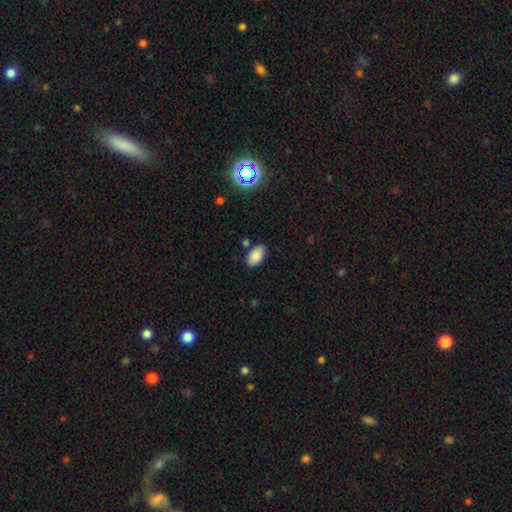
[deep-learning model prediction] Q: Smooth or featured?
A: smooth (86%); runner-up: star or artifact (9%)
Q: How rounded?
A: in between (94%); runner-up: round (4%)
Q: Merging?
A: none (82%); runner-up: minor disturbance (11%)